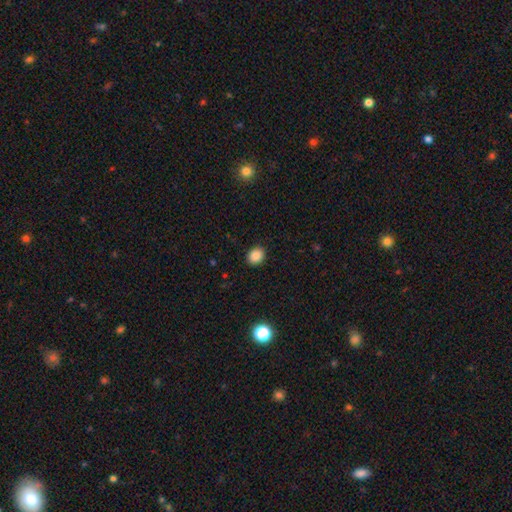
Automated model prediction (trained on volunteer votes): This is clearly a smooth galaxy (87%). How rounded: possibly round (52%). Merging: clearly none (90%).